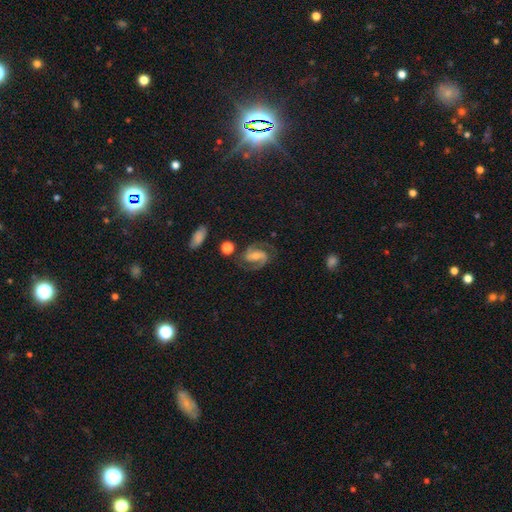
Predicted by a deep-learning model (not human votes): The model was most divided on "bar": strong: 43%, weak: 38%, no: 19%. Remaining: edge-on disk — no (97%); spiral arms — yes (96%); spiral arm count — 2 (92%); smooth or featured — featured or disk (84%); merging — none (76%); spiral winding — medium (57%); bulge size — small (44%).